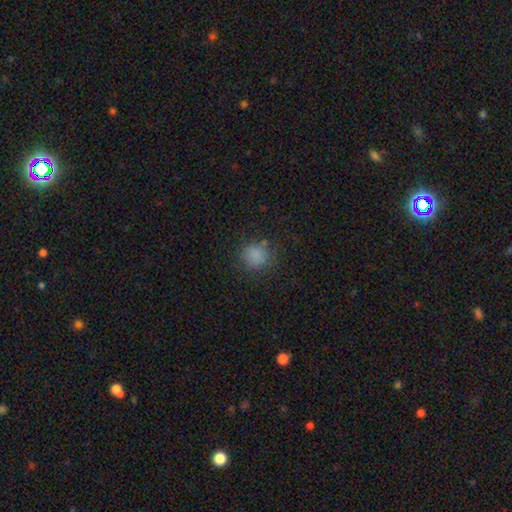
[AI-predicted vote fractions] The model was most divided on "merging": none: 81%, minor disturbance: 12%, major disturbance: 5%, merger: 2%. More confident: how rounded — round (85%); smooth or featured — smooth (83%).